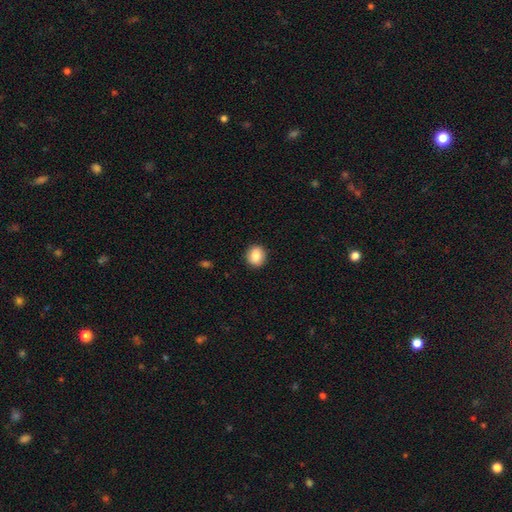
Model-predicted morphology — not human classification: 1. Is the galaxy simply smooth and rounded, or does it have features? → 85% smooth, 8% star or artifact, 7% featured or disk.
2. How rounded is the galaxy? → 77% round, 22% in between, 1% cigar-shaped.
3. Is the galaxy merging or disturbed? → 90% none, 7% minor disturbance, 2% major disturbance, 1% merger.